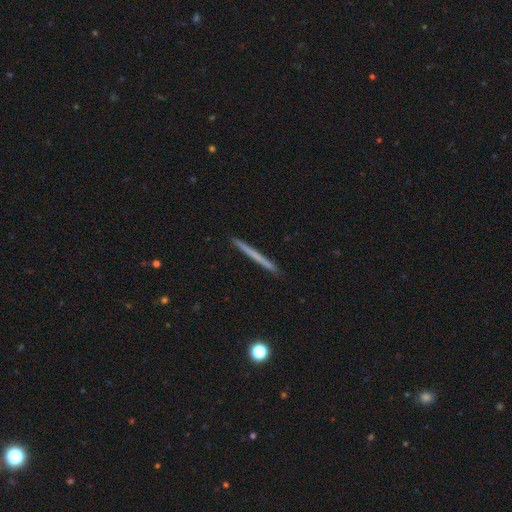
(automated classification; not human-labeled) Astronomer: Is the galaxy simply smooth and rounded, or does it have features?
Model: smooth — 53% (runner-up: featured or disk, 41%).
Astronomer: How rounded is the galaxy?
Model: cigar-shaped — 97%.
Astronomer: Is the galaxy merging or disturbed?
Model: none — 92%.